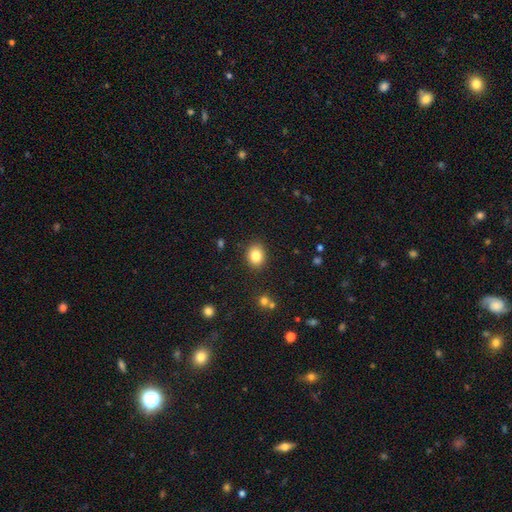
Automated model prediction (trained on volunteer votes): smooth_or_featured: smooth (p=0.83) [alt: star or artifact p=0.10]
how_rounded: round (p=0.51) [alt: in between p=0.48]
merging: none (p=0.88) [alt: minor disturbance p=0.08]